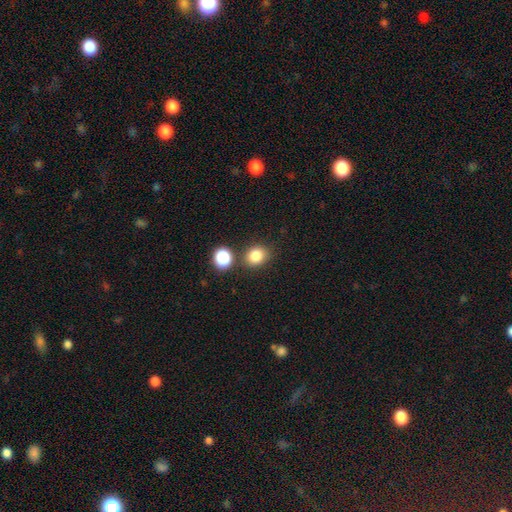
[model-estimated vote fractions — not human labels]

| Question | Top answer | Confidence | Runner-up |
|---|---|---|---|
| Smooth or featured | smooth | 82% | star or artifact (12%) |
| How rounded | round | 63% | in between (36%) |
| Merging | none | 77% | minor disturbance (11%) |